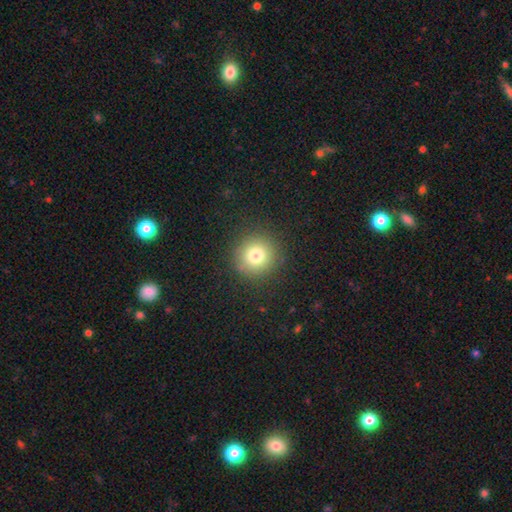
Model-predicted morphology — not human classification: smooth_or_featured: smooth (p=0.78) [alt: star or artifact p=0.13]
how_rounded: round (p=0.95) [alt: in between p=0.04]
merging: none (p=0.89) [alt: minor disturbance p=0.07]